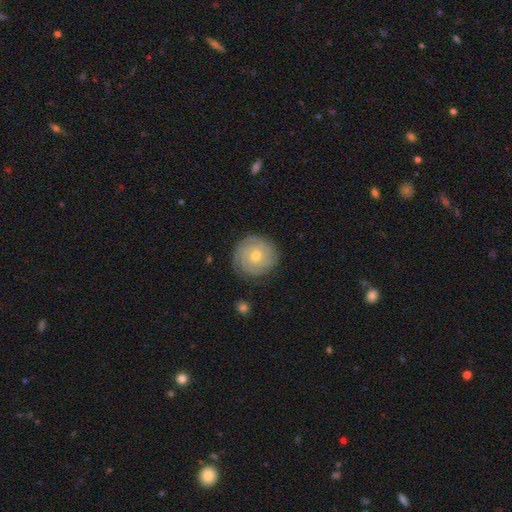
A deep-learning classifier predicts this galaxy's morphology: This appears to be a featured or disk galaxy (76%) with no bar (74%), tight (84%) spiral arms (94%) and a moderate central bulge (53%). Merging: none (84%).